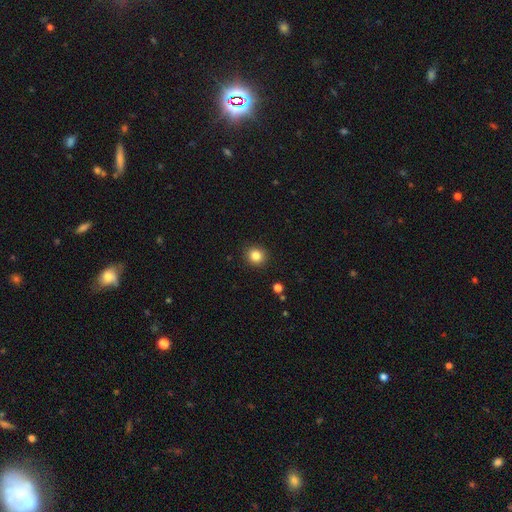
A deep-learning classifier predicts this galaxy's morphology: A smooth galaxy with no disk features (84%) that is round (88%).

Vote fractions:
- Smooth or featured? smooth: 84% / star or artifact: 11% / featured or disk: 5%
- How rounded? round: 88% / in between: 11% / cigar-shaped: 1%
- Merging? none: 91% / minor disturbance: 6% / major disturbance: 2% / merger: 1%